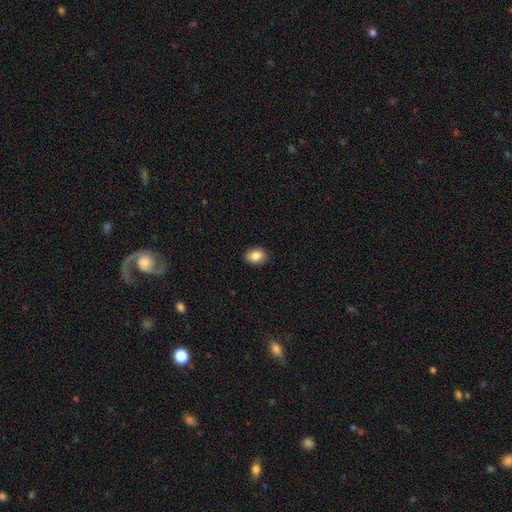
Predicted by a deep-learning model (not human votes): Morphology: type=smooth (86%); roundness=in between (67%); merging=none (90%).